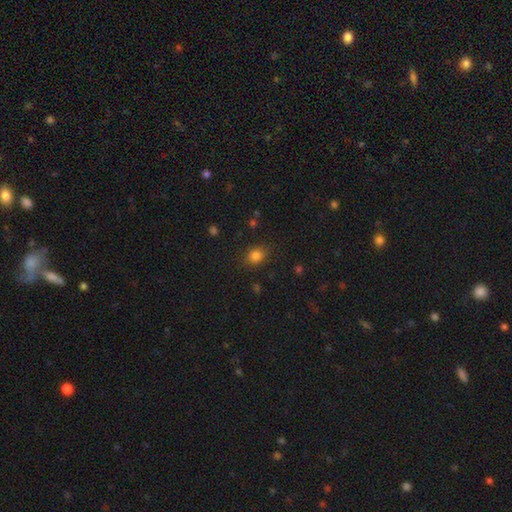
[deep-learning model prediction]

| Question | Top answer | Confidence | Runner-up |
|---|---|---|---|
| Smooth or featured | smooth | 82% | star or artifact (13%) |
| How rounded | round | 58% | in between (41%) |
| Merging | none | 83% | minor disturbance (12%) |